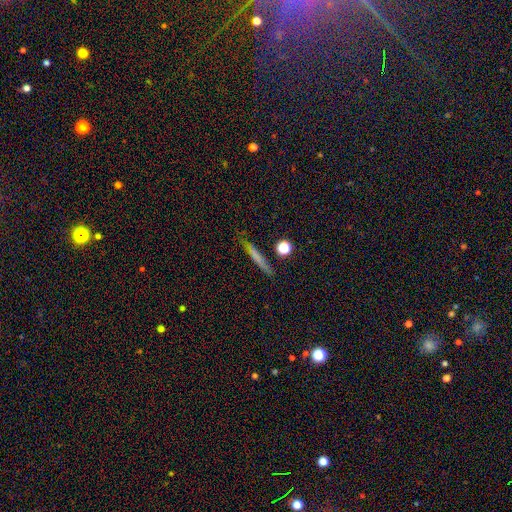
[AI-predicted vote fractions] Smooth or featured: smooth — 63% (featured or disk — 26%)
How rounded: cigar-shaped — 90% (in between — 5%)
Merging: none — 83% (minor disturbance — 11%)